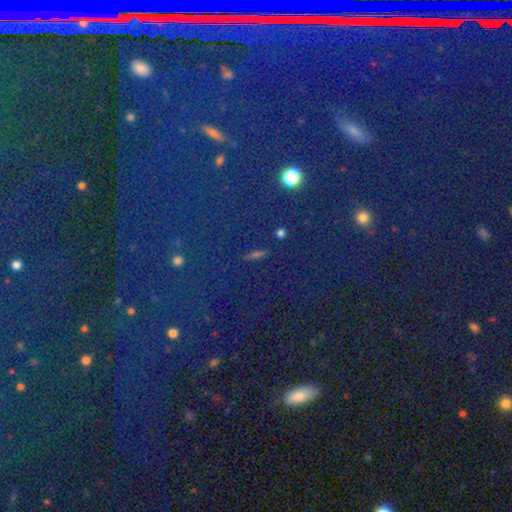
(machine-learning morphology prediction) This is likely a star or artifact rather than a galaxy (79%).